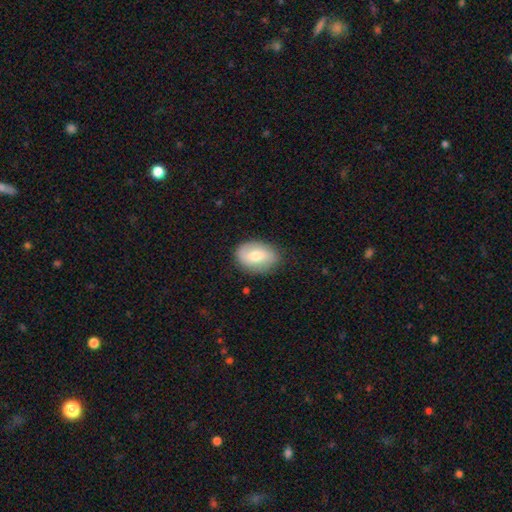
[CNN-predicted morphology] A smooth galaxy with no disk features (59%) that is in between round and cigar-shaped (77%).

Vote fractions:
- Smooth or featured? smooth: 59% / featured or disk: 34% / star or artifact: 7%
- How rounded? in between: 77% / round: 22% / cigar-shaped: 1%
- Merging? none: 81% / minor disturbance: 14% / major disturbance: 4% / merger: 1%